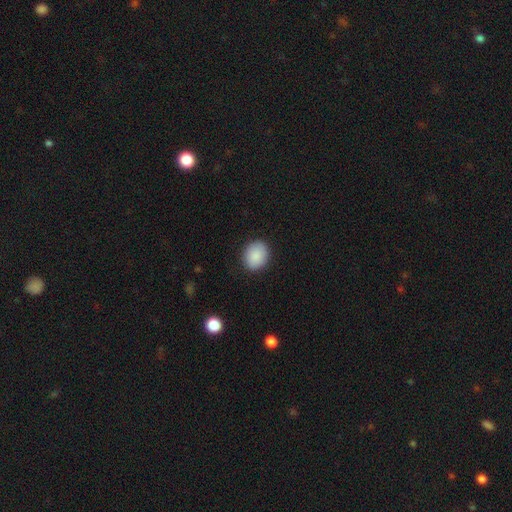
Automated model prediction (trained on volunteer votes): A smooth galaxy with no disk features (89%) that is round (56%).

Vote fractions:
- Smooth or featured? smooth: 89% / star or artifact: 7% / featured or disk: 4%
- How rounded? round: 56% / in between: 43% / cigar-shaped: 1%
- Merging? none: 88% / minor disturbance: 8% / major disturbance: 2% / merger: 1%